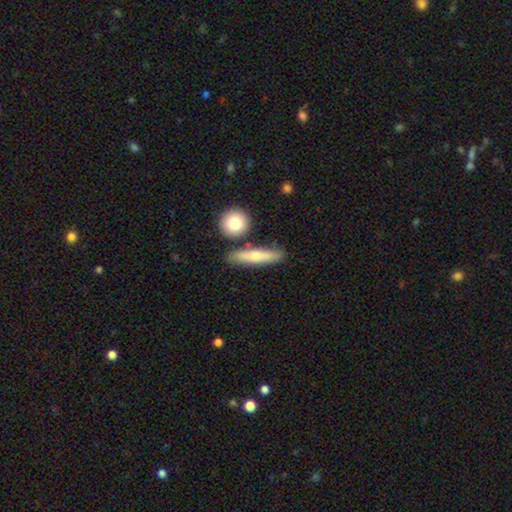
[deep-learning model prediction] A smooth galaxy with no disk features (63%) that is cigar-shaped (73%).

Vote fractions:
- Smooth or featured? smooth: 63% / featured or disk: 31% / star or artifact: 6%
- How rounded? cigar-shaped: 73% / in between: 21% / round: 6%
- Merging? none: 78% / minor disturbance: 11% / merger: 9% / major disturbance: 3%